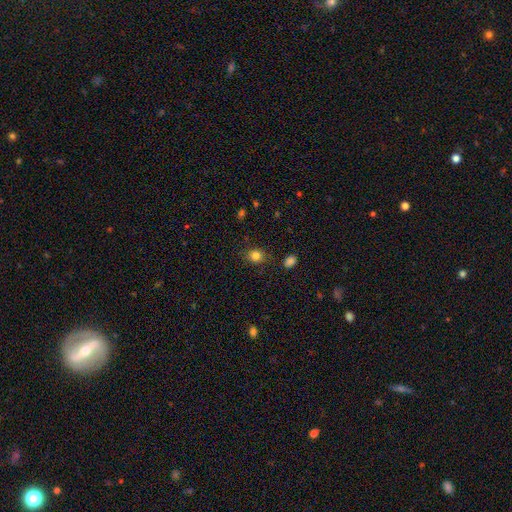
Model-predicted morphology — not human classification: Smooth or featured? smooth (83%)
How rounded? round (72%)
Merging? none (84%)